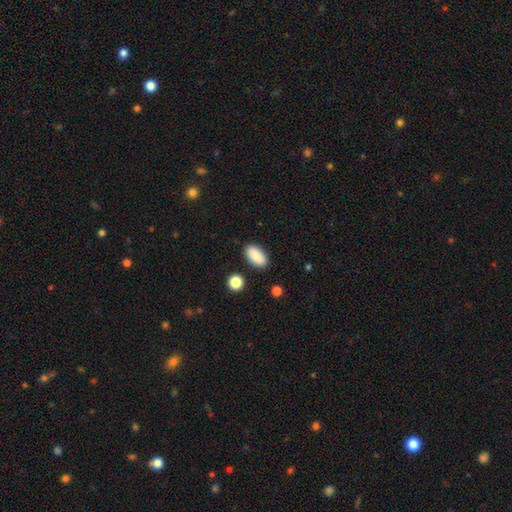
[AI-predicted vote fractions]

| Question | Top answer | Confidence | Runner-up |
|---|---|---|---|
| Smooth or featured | smooth | 88% | star or artifact (7%) |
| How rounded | in between | 93% | round (4%) |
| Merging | none | 86% | minor disturbance (9%) |